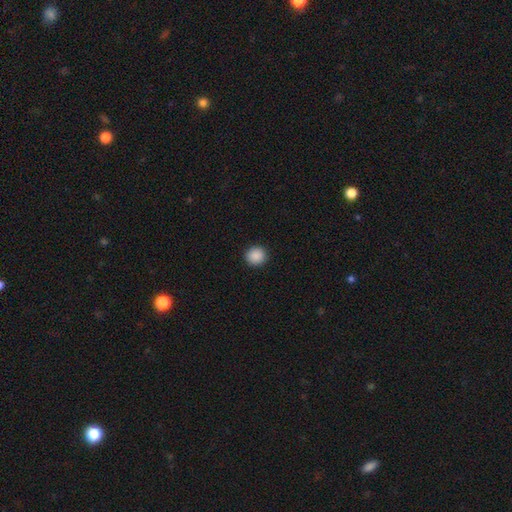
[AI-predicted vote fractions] This appears to be a smooth galaxy with no disk features (89%) that is round (92%). Merging: none (93%).